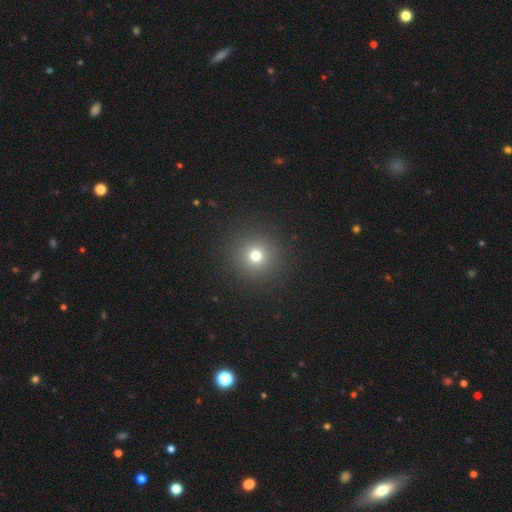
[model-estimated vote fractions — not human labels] This appears to be a smooth galaxy with no disk features (74%) that is round (95%). Merging: none (91%).